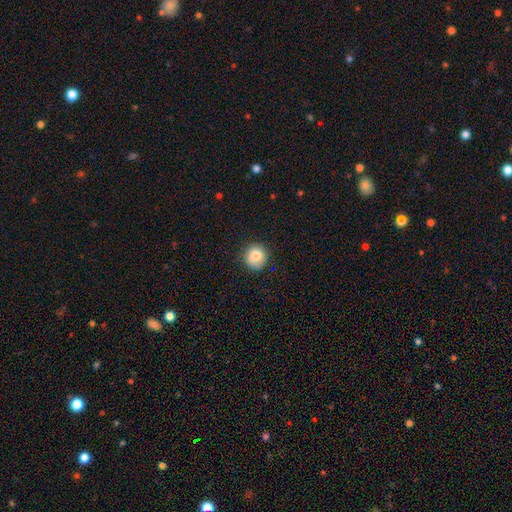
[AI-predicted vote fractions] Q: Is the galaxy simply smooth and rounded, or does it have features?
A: smooth — 81%.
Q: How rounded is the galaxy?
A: round — 92%.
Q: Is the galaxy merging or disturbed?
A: none — 87%.